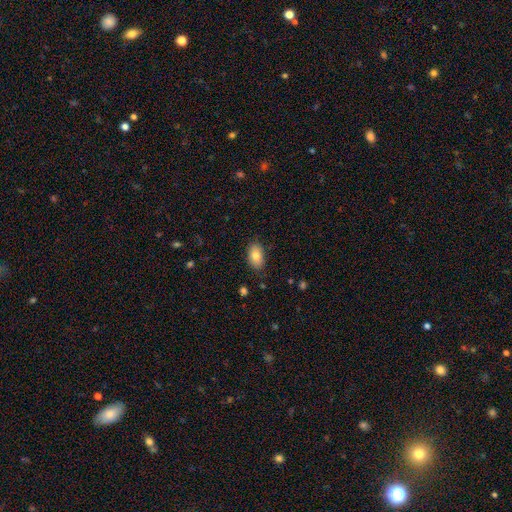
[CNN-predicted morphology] smooth_or_featured: smooth (p=0.81) [alt: featured or disk p=0.12]
how_rounded: in between (p=0.92) [alt: round p=0.07]
merging: none (p=0.85) [alt: minor disturbance p=0.12]